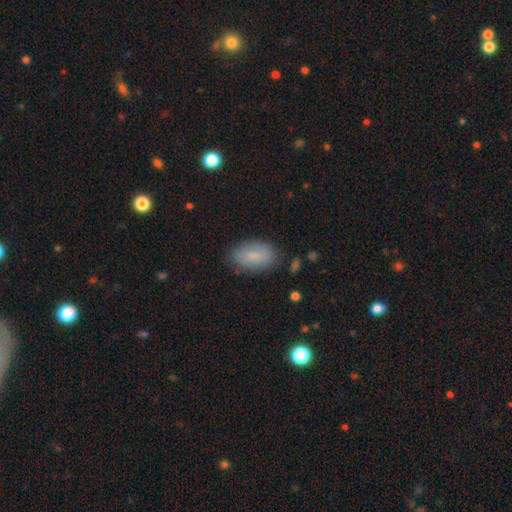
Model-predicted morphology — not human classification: smooth_or_featured: smooth (p=0.82) [alt: featured or disk p=0.11]
how_rounded: in between (p=0.92) [alt: round p=0.06]
merging: none (p=0.80) [alt: minor disturbance p=0.15]